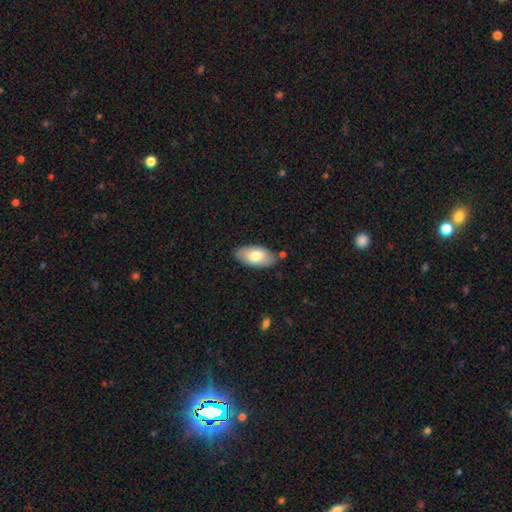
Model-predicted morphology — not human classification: This is likely a smooth galaxy (74%). How rounded: clearly in between (94%). Merging: clearly none (82%).